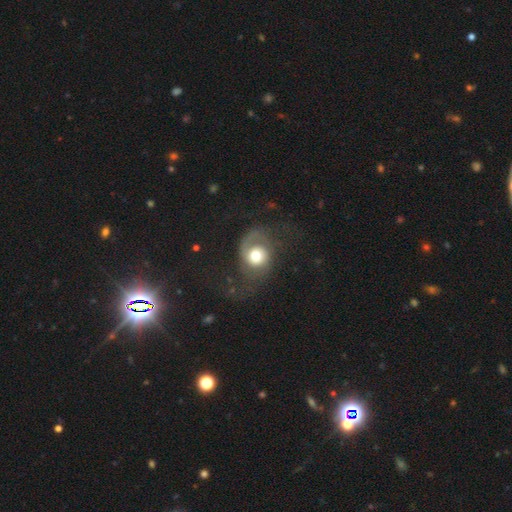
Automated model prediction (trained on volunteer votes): Smooth or featured?
  - featured or disk: 55% *
  - smooth: 37%
  - star or artifact: 8%
Edge-on disk?
  - no: 97% *
  - yes: 3%
Bar?
  - no: 79% *
  - weak: 17%
  - strong: 4%
Spiral arms?
  - yes: 77% *
  - no: 23%
Bulge size?
  - moderate: 58% *
  - large: 29%
  - small: 7%
  - dominant: 5%
  - none: 1%
Merging?
  - none: 43% *
  - major disturbance: 35%
  - minor disturbance: 20%
  - merger: 2%